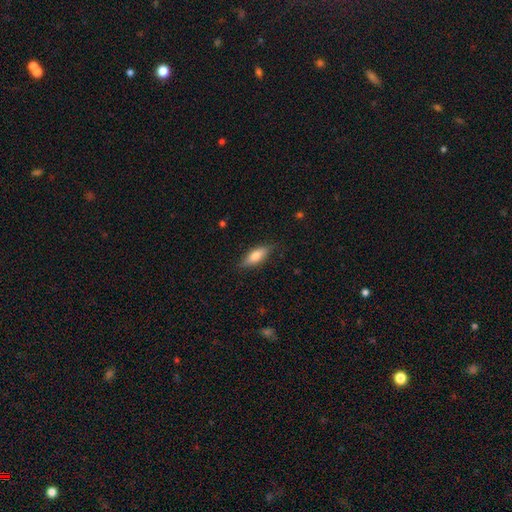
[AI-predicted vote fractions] This appears to be a smooth galaxy with no disk features (71%) that is in between round and cigar-shaped (66%). Merging: none (80%).